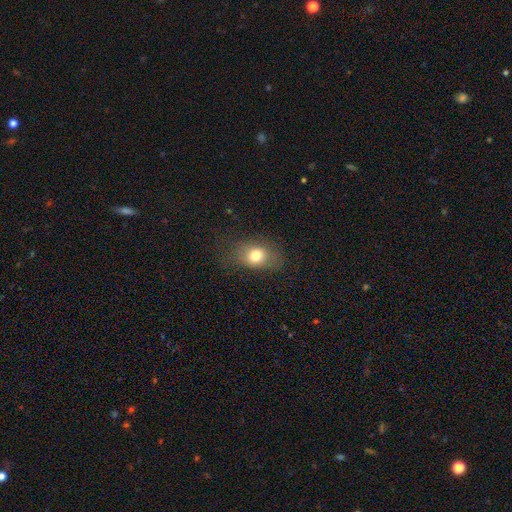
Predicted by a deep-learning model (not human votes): Smooth or featured? Predicted: smooth (p=0.76). How rounded? Predicted: in between (p=0.64). Merging? Predicted: none (p=0.69).